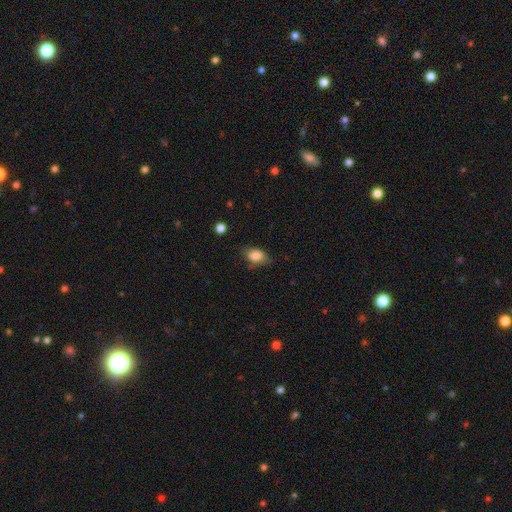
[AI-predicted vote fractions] A smooth galaxy with no disk features (83%) that is in between round and cigar-shaped (84%).

Vote fractions:
- Smooth or featured? smooth: 83% / featured or disk: 9% / star or artifact: 8%
- How rounded? in between: 84% / round: 14% / cigar-shaped: 2%
- Merging? none: 63% / minor disturbance: 27% / major disturbance: 8% / merger: 2%